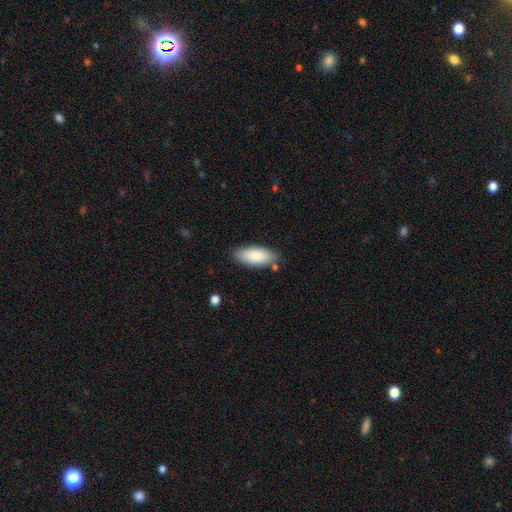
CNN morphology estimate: Q: Smooth or featured?
A: smooth (86%); runner-up: featured or disk (8%)
Q: How rounded?
A: in between (81%); runner-up: cigar-shaped (17%)
Q: Merging?
A: none (82%); runner-up: minor disturbance (12%)